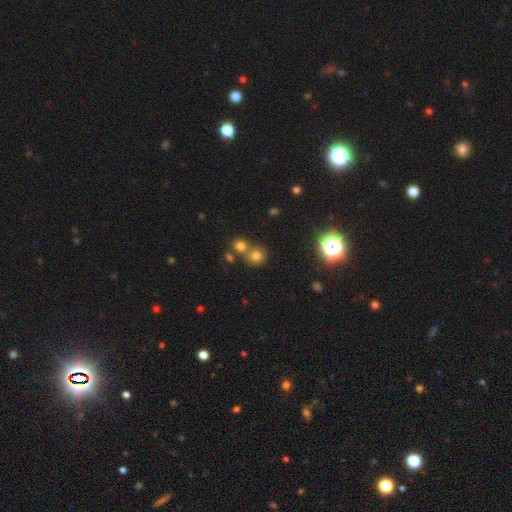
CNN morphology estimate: A smooth galaxy with no disk features (70%) that is round (84%).

Vote fractions:
- Smooth or featured? smooth: 70% / star or artifact: 21% / featured or disk: 10%
- How rounded? round: 84% / in between: 14% / cigar-shaped: 1%
- Merging? none: 53% / merger: 35% / minor disturbance: 8% / major disturbance: 4%